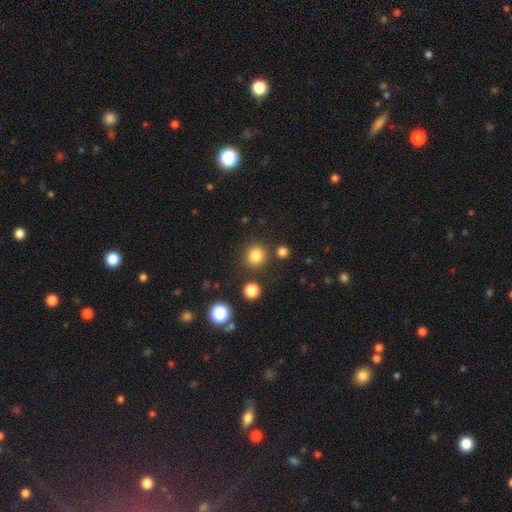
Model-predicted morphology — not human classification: Smooth or featured?
  - smooth: 83% *
  - star or artifact: 13%
  - featured or disk: 4%
How rounded?
  - round: 91% *
  - in between: 8%
  - cigar-shaped: 1%
Merging?
  - none: 84% *
  - minor disturbance: 7%
  - merger: 5%
  - major disturbance: 3%